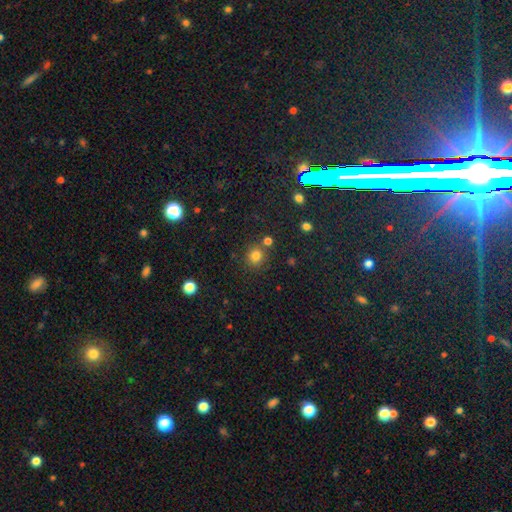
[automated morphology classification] smooth-or-featured: smooth: 79% | star or artifact: 15% | featured or disk: 5%
  how-rounded: round: 89% | in between: 10% | cigar-shaped: 1%
  merging: none: 77% | merger: 11% | minor disturbance: 9% | major disturbance: 3%